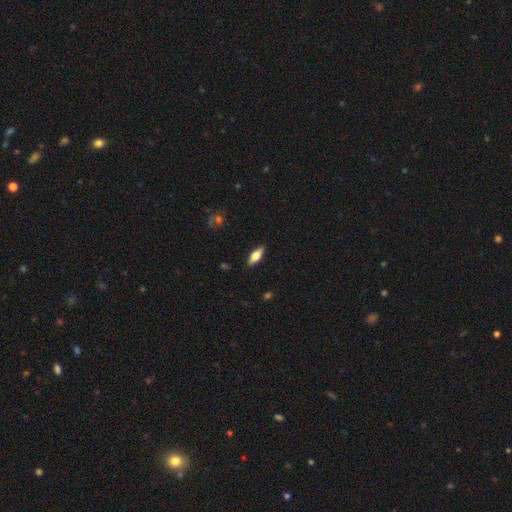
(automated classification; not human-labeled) This appears to be a smooth galaxy with no disk features (60%) that is in between round and cigar-shaped (72%). Merging: none (88%).